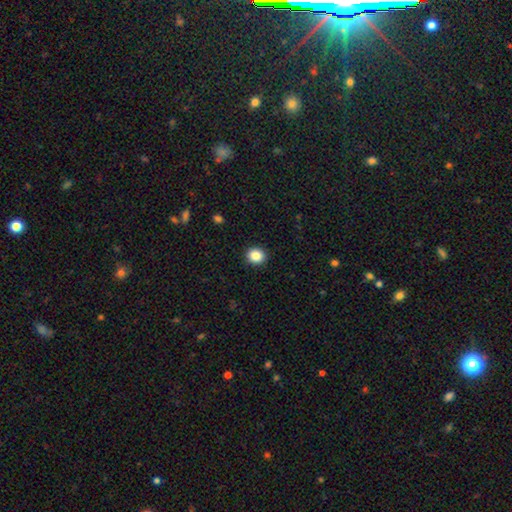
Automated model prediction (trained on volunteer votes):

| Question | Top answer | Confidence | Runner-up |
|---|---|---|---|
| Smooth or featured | smooth | 86% | star or artifact (10%) |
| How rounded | round | 74% | in between (25%) |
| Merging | none | 92% | minor disturbance (6%) |